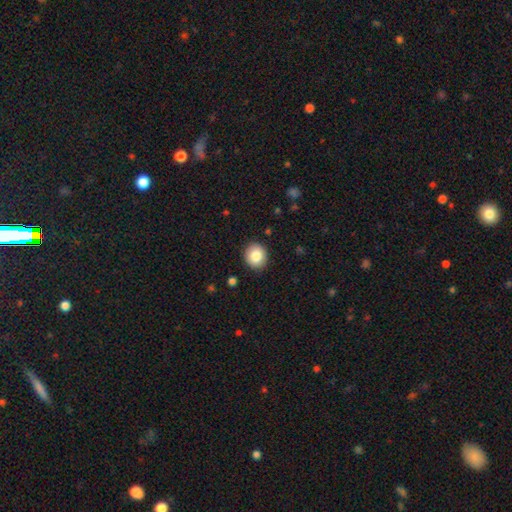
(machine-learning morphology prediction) Smooth or featured? Predicted: smooth (p=0.85). How rounded? Predicted: round (p=0.79). Merging? Predicted: none (p=0.90).